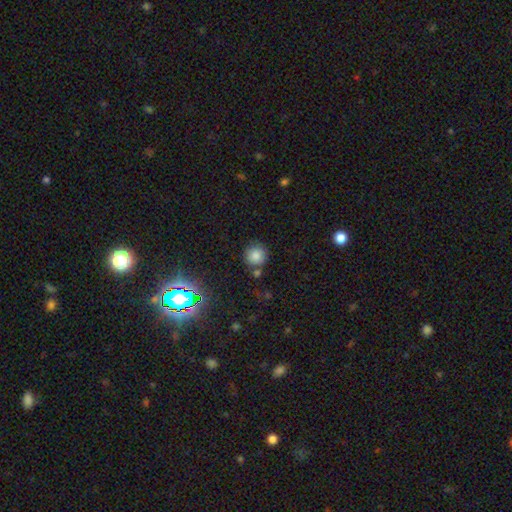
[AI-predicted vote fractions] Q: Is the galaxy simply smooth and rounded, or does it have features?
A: smooth — 82%.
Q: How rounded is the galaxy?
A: round — 93%.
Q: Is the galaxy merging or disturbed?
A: none — 77%.